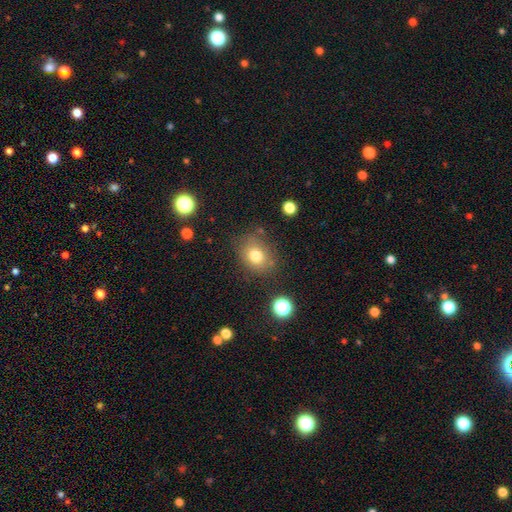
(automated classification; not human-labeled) Q: Smooth or featured?
A: smooth (77%); runner-up: star or artifact (12%)
Q: How rounded?
A: round (55%); runner-up: in between (44%)
Q: Merging?
A: none (75%); runner-up: minor disturbance (15%)